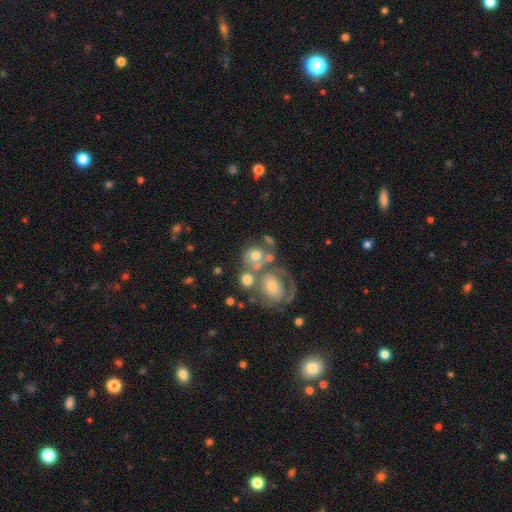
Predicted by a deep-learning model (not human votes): smooth 51%, featured or disk 39%, star or artifact 10%. Down the decision tree: how rounded — round (73%); merging — merger (39%).